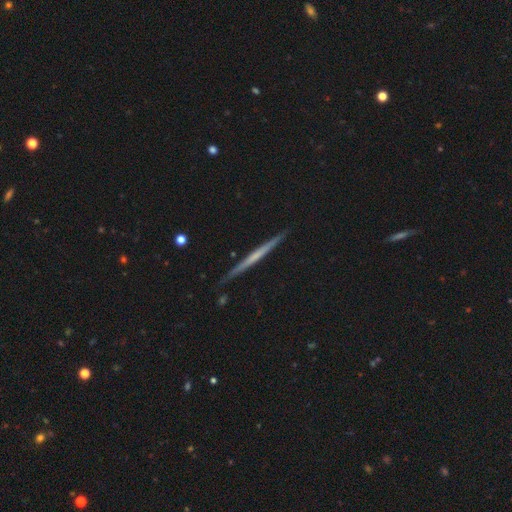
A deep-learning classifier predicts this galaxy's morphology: Smooth or featured: featured or disk — 60% (smooth — 34%)
Edge-on disk: yes — 98% (no — 2%)
Edge-on bulge: none — 84% (rounded — 11%)
Merging: none — 89% (minor disturbance — 8%)